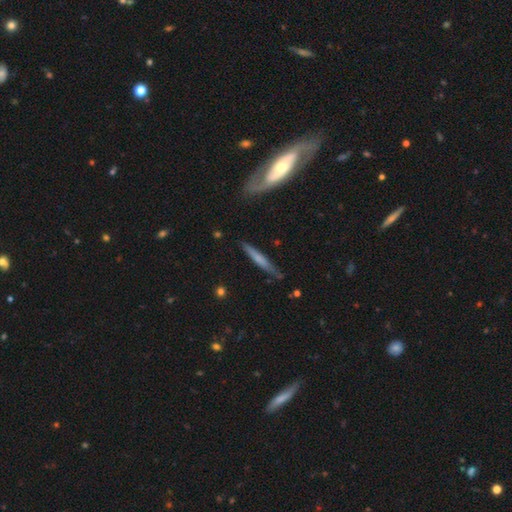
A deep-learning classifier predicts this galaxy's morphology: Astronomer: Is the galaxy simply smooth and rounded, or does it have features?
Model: featured or disk — 51% (runner-up: smooth, 42%).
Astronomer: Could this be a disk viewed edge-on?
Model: yes — 89%.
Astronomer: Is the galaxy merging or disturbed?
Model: none — 79%.